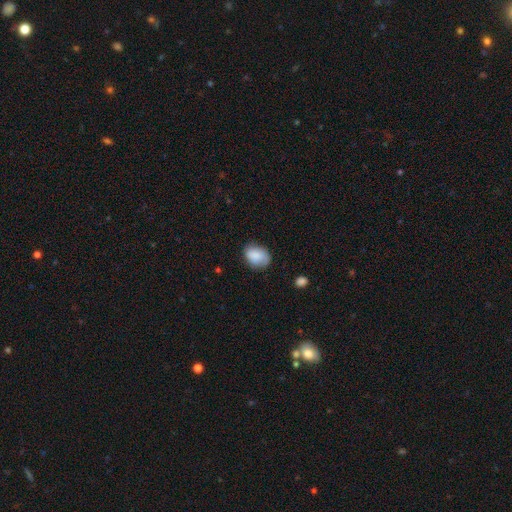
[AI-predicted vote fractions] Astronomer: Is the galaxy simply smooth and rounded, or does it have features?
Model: smooth — 83%.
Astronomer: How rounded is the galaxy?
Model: in between — 68%.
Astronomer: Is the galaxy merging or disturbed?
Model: none — 67%.